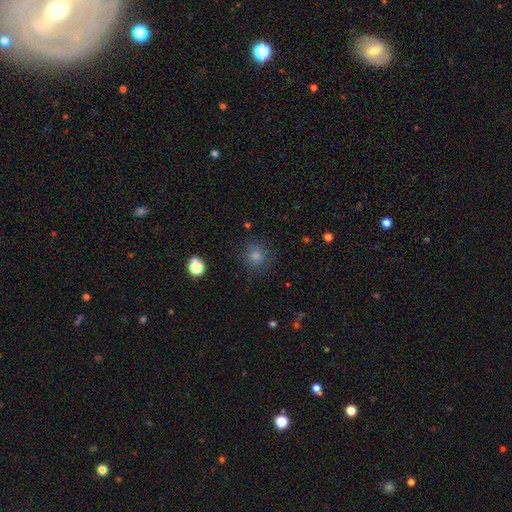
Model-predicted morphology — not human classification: type=smooth (70%); roundness=round (93%); merging=none (86%).